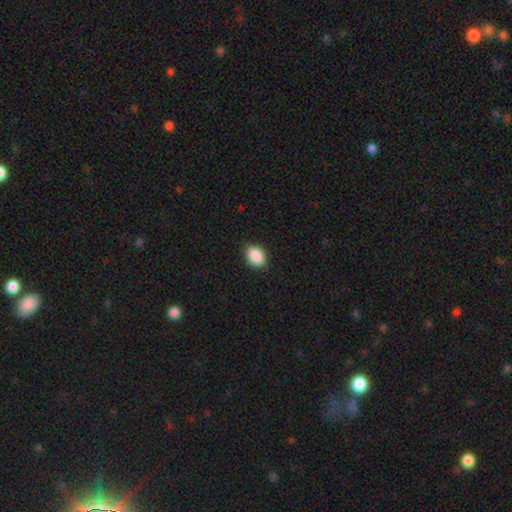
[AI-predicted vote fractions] A smooth galaxy with no disk features (89%) that is in between round and cigar-shaped (79%). Merging: none (86%).